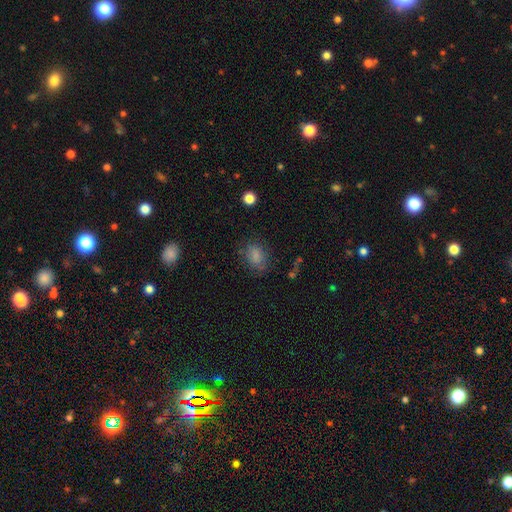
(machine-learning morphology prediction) Smooth or featured?
  - smooth: 77% *
  - star or artifact: 12%
  - featured or disk: 11%
How rounded?
  - in between: 63% *
  - round: 35%
  - cigar-shaped: 1%
Merging?
  - none: 68% *
  - minor disturbance: 20%
  - major disturbance: 10%
  - merger: 2%